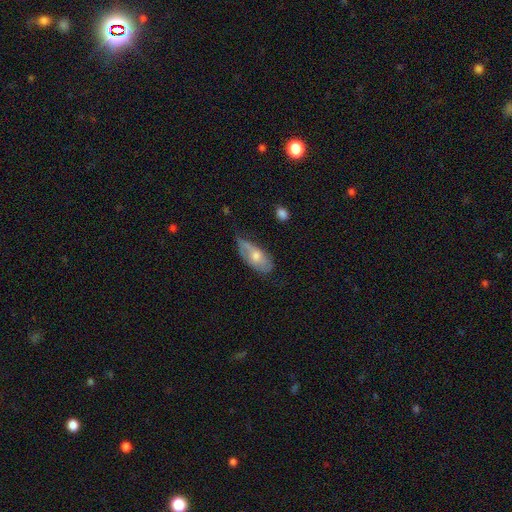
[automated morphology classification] This appears to be a smooth galaxy with no disk features (49%). Merging: none (50%).